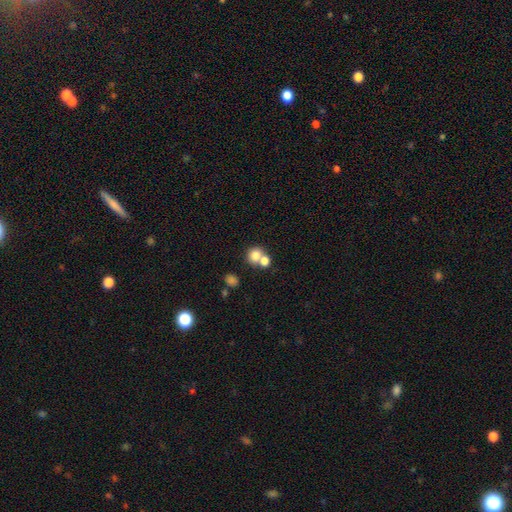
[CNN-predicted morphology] This is likely a smooth galaxy (77%). How rounded: likely round (77%). Merging: possibly merger (48%).